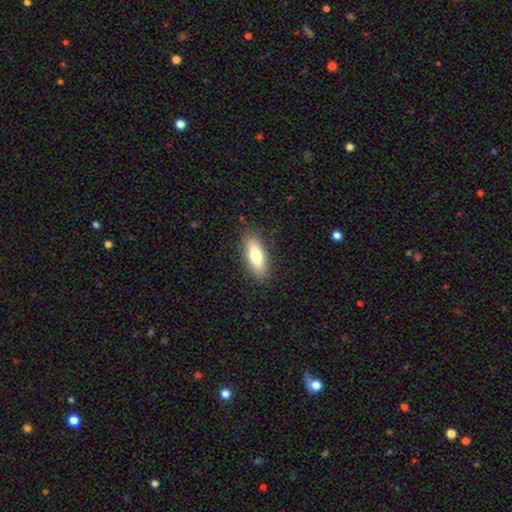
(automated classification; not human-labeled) The model was most divided on "how rounded": in between: 66%, cigar-shaped: 32%, round: 3%. More confident: merging — none (87%); smooth or featured — smooth (71%).